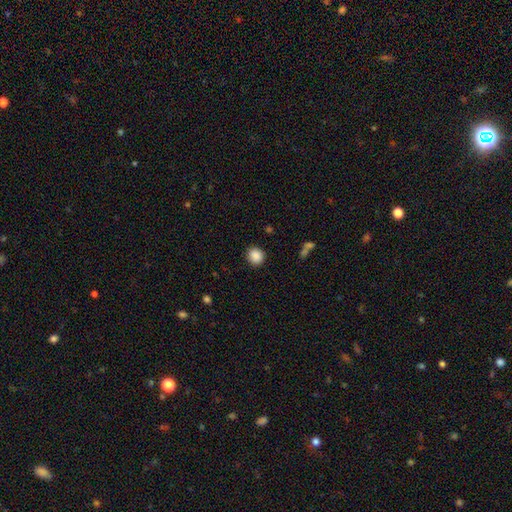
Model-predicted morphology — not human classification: Smooth or featured: smooth — 88% (star or artifact — 9%)
How rounded: round — 79% (in between — 20%)
Merging: none — 89% (minor disturbance — 7%)